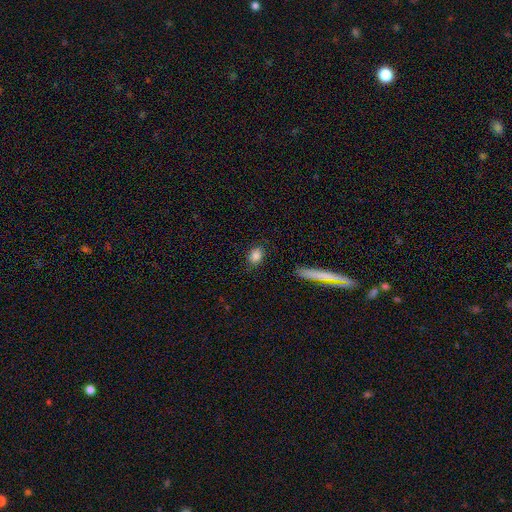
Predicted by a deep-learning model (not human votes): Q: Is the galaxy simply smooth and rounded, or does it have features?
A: smooth — 84%.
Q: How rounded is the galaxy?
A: in between — 63%.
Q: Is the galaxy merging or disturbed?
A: none — 85%.